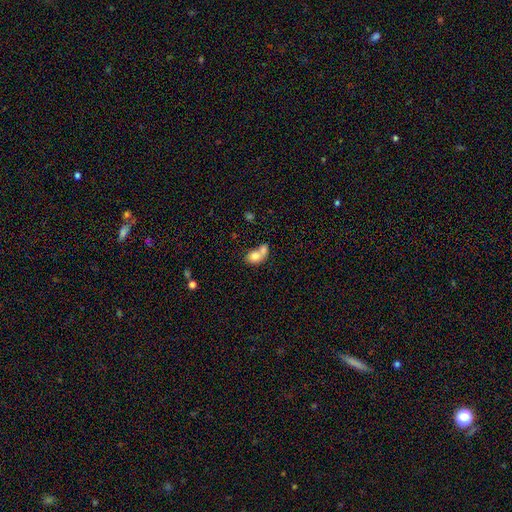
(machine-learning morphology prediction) Smooth or featured: smooth — 75% (featured or disk — 16%)
How rounded: in between — 53% (round — 45%)
Merging: merger — 67% (none — 21%)